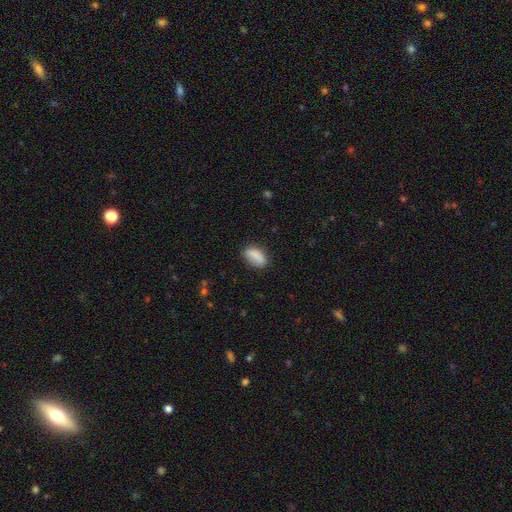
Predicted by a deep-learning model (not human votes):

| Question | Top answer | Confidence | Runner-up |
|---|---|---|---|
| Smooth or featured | smooth | 85% | star or artifact (8%) |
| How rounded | in between | 88% | cigar-shaped (7%) |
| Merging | none | 73% | minor disturbance (19%) |